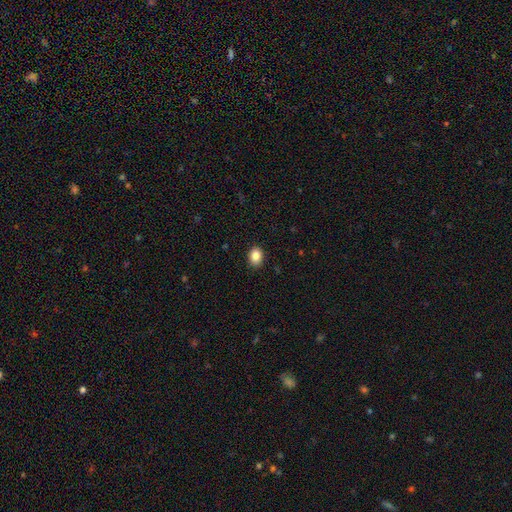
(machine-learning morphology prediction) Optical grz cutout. It shows a smooth galaxy with no disk features (86%) that is in between round and cigar-shaped (65%). Merging: none (89%).